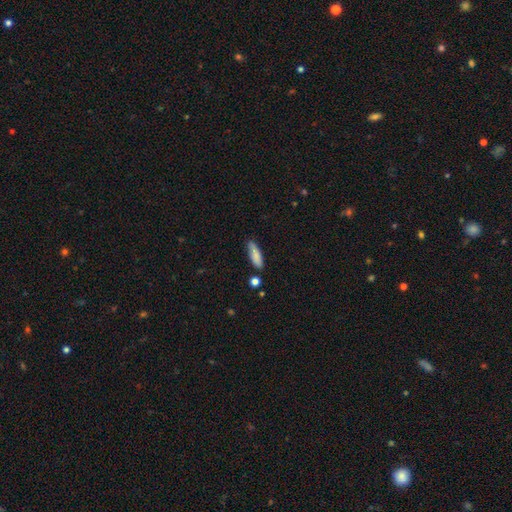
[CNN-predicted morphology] This is clearly a smooth galaxy (81%). How rounded: possibly cigar-shaped (54%). Merging: likely none (66%).